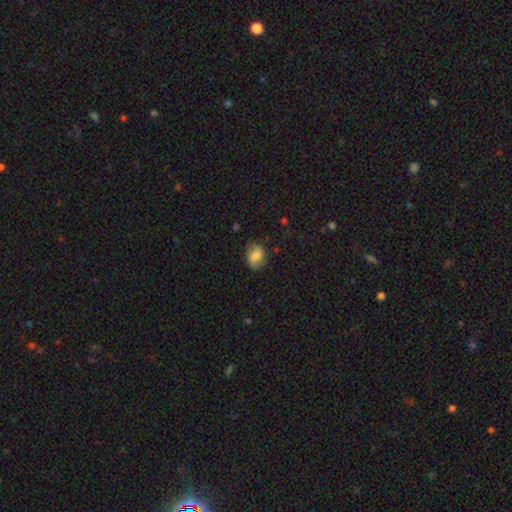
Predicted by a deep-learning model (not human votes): Morphology: type=smooth (77%); roundness=in between (66%); merging=none (75%).